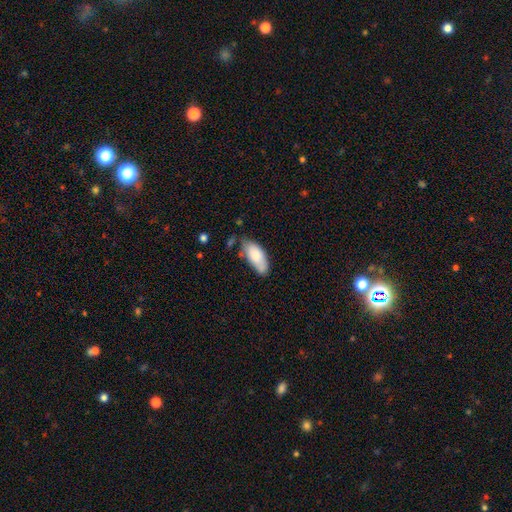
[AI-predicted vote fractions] Smooth or featured? smooth (81%)
How rounded? in between (88%)
Merging? none (57%)